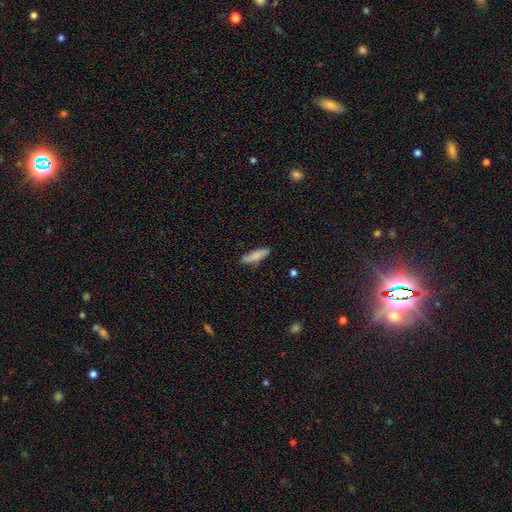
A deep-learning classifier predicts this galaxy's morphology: The model was most divided on "how rounded": cigar-shaped: 68%, in between: 30%, round: 2%. More confident: merging — none (84%); smooth or featured — smooth (82%).